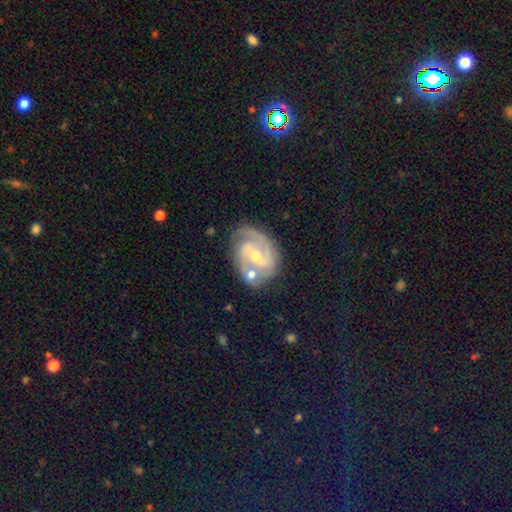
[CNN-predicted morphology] Q: Smooth or featured?
A: featured or disk (88%); runner-up: smooth (7%)
Q: Edge-on disk?
A: no (97%); runner-up: yes (3%)
Q: Bar?
A: weak (48%); runner-up: strong (32%)
Q: Spiral arms?
A: yes (97%); runner-up: no (3%)
Q: Spiral winding?
A: medium (49%); runner-up: tight (41%)
Q: Spiral arm count?
A: 2 (72%); runner-up: 3 (16%)
Q: Bulge size?
A: moderate (51%); runner-up: small (45%)
Q: Merging?
A: none (68%); runner-up: minor disturbance (17%)